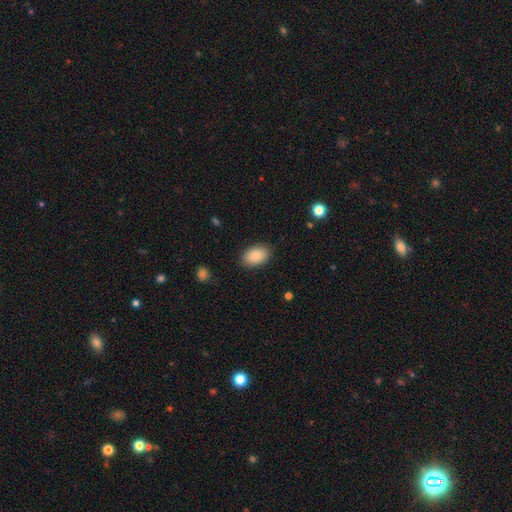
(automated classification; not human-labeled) This appears to be a smooth galaxy with no disk features (85%) that is in between round and cigar-shaped (89%). Merging: none (87%).